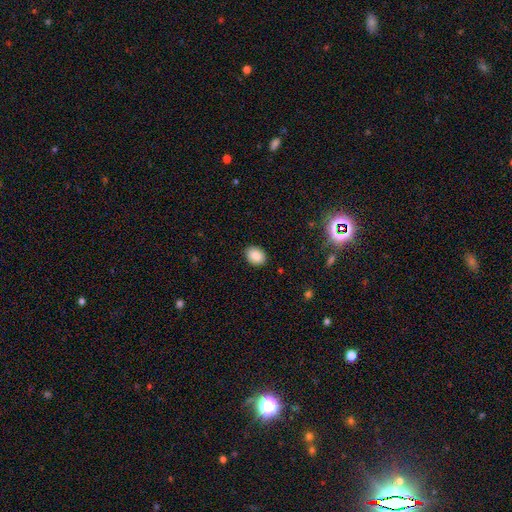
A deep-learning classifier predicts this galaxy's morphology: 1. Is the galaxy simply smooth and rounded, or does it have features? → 87% smooth, 8% star or artifact, 4% featured or disk.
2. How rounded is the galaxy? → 67% in between, 32% round, 1% cigar-shaped.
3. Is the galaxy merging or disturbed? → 90% none, 7% minor disturbance, 2% major disturbance, 1% merger.